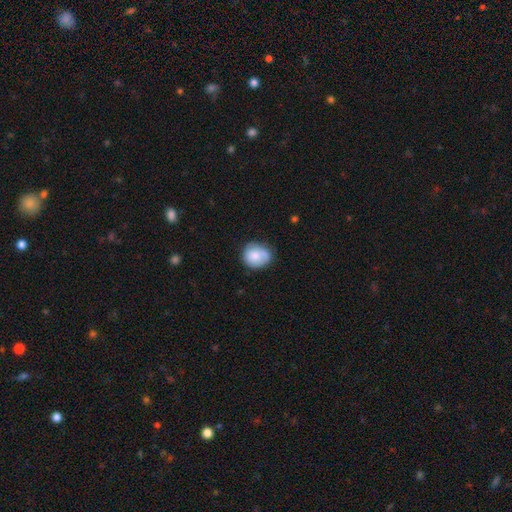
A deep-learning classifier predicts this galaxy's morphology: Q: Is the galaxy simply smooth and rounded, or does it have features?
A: smooth — 73%.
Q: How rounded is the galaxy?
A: round — 70%.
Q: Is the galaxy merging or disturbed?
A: none — 62%.